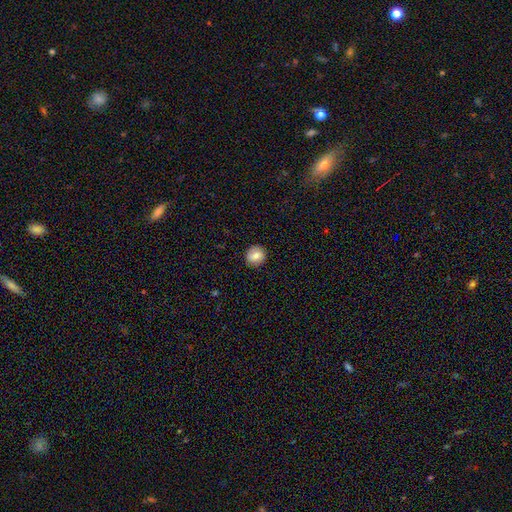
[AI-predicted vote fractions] Overall: smooth (75%). How rounded: round (86%). Merging: none (88%).